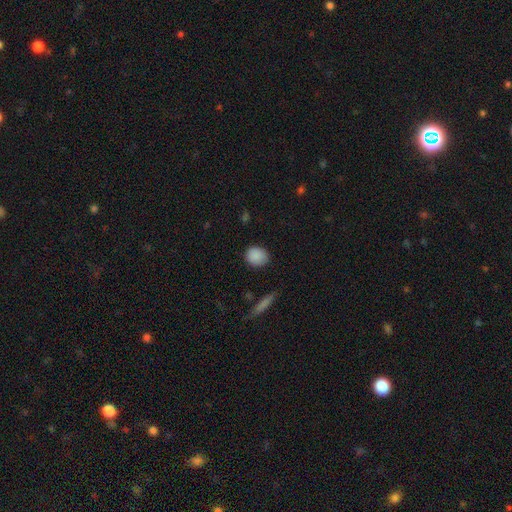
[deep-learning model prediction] Smooth or featured? Predicted: smooth (p=0.88). How rounded? Predicted: round (p=0.63). Merging? Predicted: none (p=0.85).